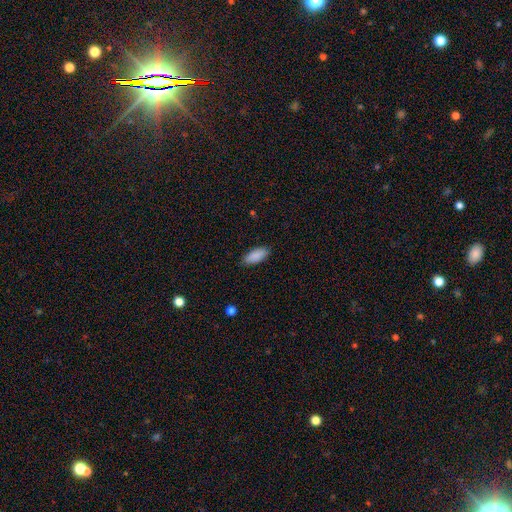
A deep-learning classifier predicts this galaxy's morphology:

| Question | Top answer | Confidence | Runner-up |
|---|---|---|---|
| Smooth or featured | smooth | 89% | star or artifact (6%) |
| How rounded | in between | 85% | cigar-shaped (13%) |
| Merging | none | 85% | minor disturbance (12%) |